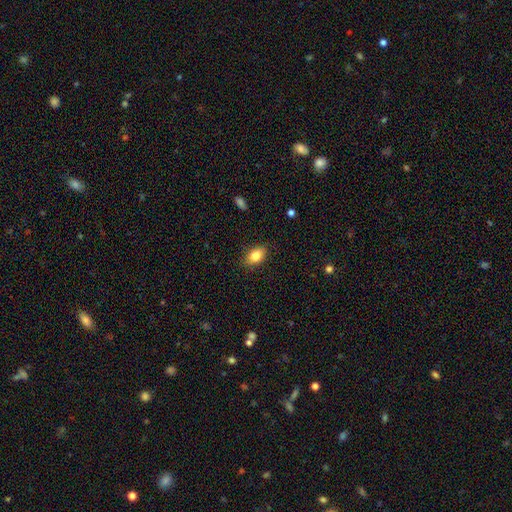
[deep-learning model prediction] Morphology: type=smooth (83%); roundness=in between (86%); merging=none (87%).